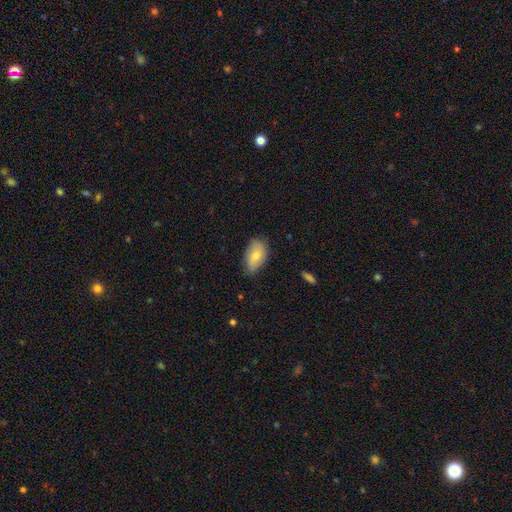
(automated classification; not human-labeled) Q: Smooth or featured?
A: smooth (72%); runner-up: featured or disk (21%)
Q: How rounded?
A: in between (92%); runner-up: round (6%)
Q: Merging?
A: none (67%); runner-up: minor disturbance (27%)